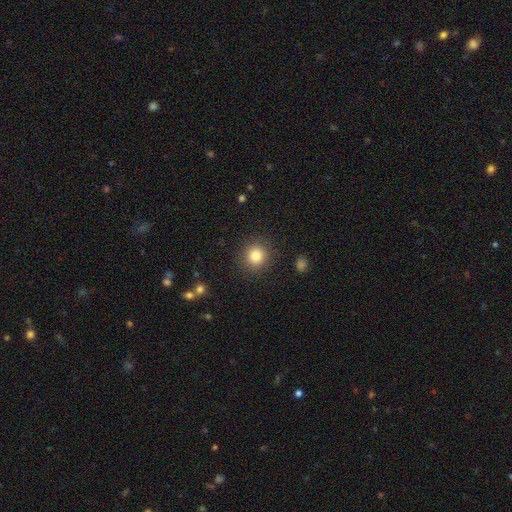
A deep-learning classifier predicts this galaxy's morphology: This appears to be a smooth galaxy with no disk features (81%) that is round (91%). Merging: none (90%).